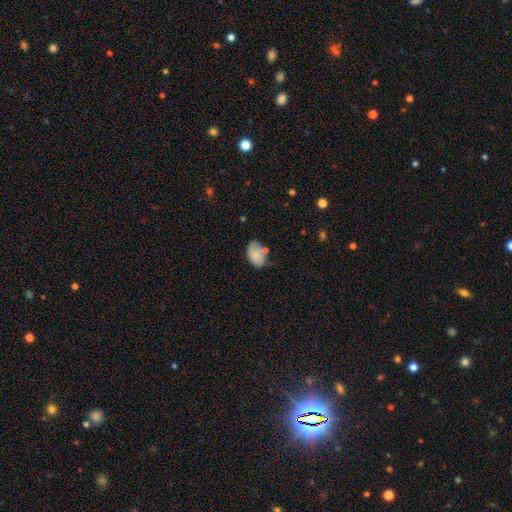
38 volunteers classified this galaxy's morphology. Smooth or featured: smooth — 84% (featured or disk — 11%)
How rounded: in between — 81% (round — 19%)
Merging: none — 56% (minor disturbance — 31%)